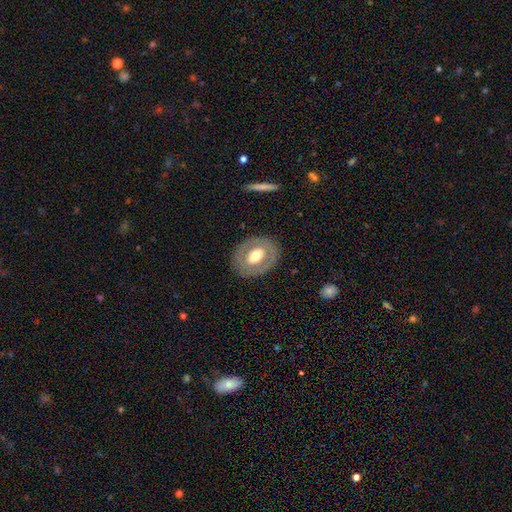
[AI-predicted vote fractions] Smooth or featured: featured or disk — 51% (smooth — 44%)
Edge-on disk: no — 92% (yes — 8%)
Merging: none — 83% (minor disturbance — 10%)